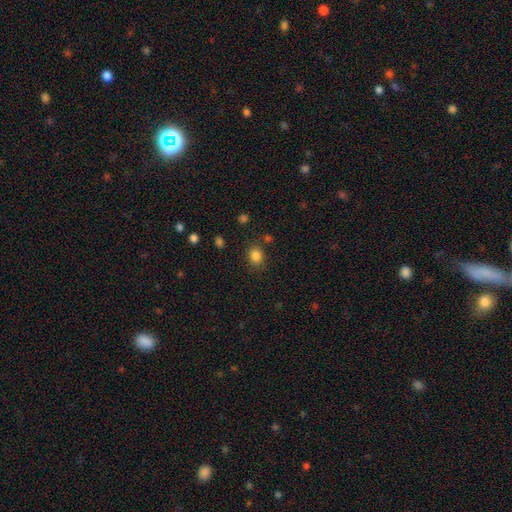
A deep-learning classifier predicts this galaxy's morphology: smooth 84%, star or artifact 12%, featured or disk 4%. Down the decision tree: how rounded — round (55%); merging — none (80%).